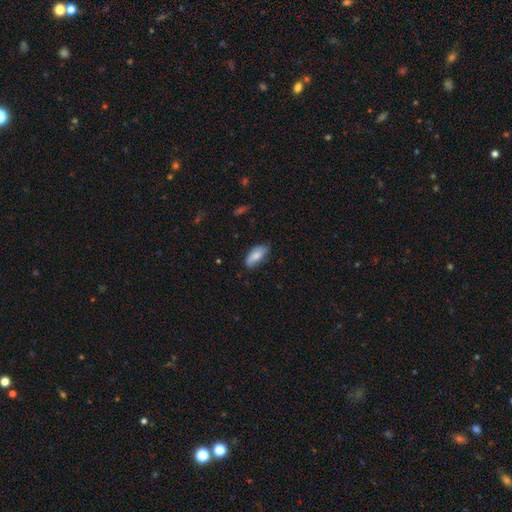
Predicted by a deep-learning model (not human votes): A smooth galaxy with no disk features (74%) that is in between round and cigar-shaped (86%).

Vote fractions:
- Smooth or featured? smooth: 74% / featured or disk: 20% / star or artifact: 6%
- How rounded? in between: 86% / cigar-shaped: 12% / round: 2%
- Merging? none: 70% / minor disturbance: 25% / major disturbance: 4% / merger: 1%